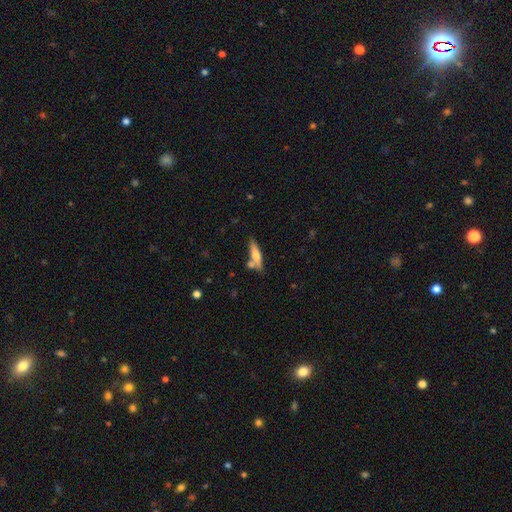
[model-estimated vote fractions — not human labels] Smooth or featured? Predicted: smooth (p=0.58). How rounded? Predicted: cigar-shaped (p=0.73). Merging? Predicted: none (p=0.61).